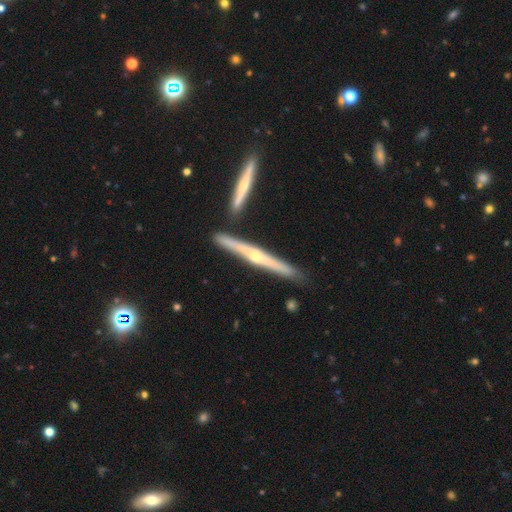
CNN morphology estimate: Q: Smooth or featured?
A: featured or disk (76%); runner-up: smooth (18%)
Q: Edge-on disk?
A: yes (97%); runner-up: no (3%)
Q: Edge-on bulge?
A: rounded (81%); runner-up: none (16%)
Q: Merging?
A: none (84%); runner-up: minor disturbance (8%)